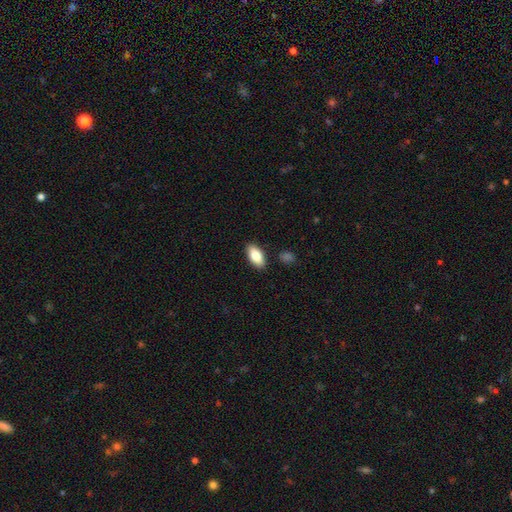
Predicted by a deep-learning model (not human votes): smooth 83%, featured or disk 10%, star or artifact 6%. Down the decision tree: how rounded — in between (91%); merging — none (88%).